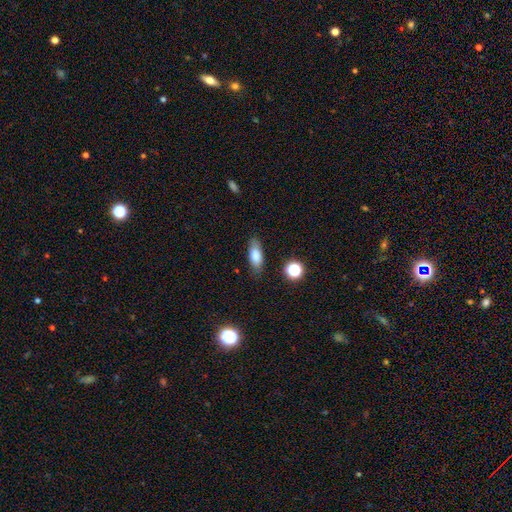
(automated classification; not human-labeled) smooth-or-featured: smooth: 80% | featured or disk: 11% | star or artifact: 9%
  how-rounded: in between: 77% | cigar-shaped: 19% | round: 4%
  merging: none: 81% | minor disturbance: 14% | major disturbance: 3% | merger: 2%